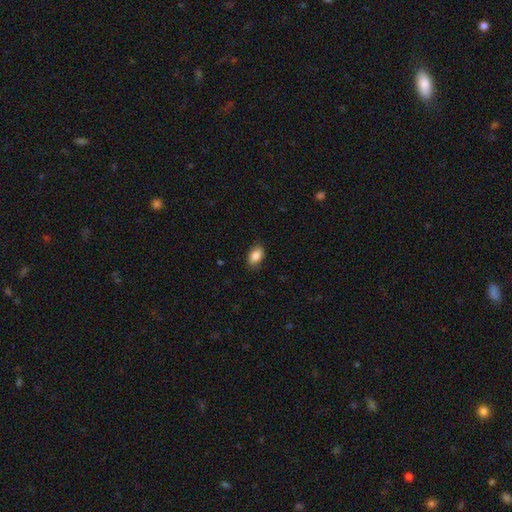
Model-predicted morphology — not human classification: Smooth or featured: smooth — 87% (star or artifact — 7%)
How rounded: in between — 91% (round — 7%)
Merging: none — 85% (minor disturbance — 12%)